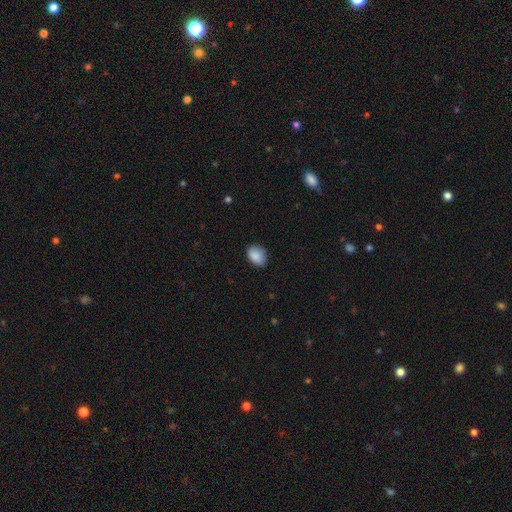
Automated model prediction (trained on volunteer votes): Smooth or featured?
  - smooth: 89% *
  - star or artifact: 7%
  - featured or disk: 4%
How rounded?
  - in between: 75% *
  - round: 24%
  - cigar-shaped: 1%
Merging?
  - none: 80% *
  - minor disturbance: 17%
  - major disturbance: 3%
  - merger: 1%